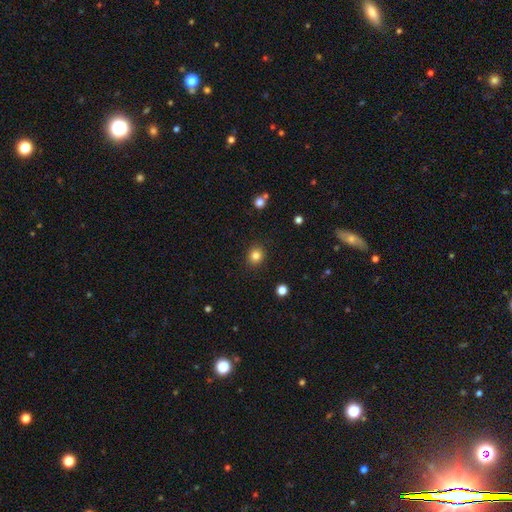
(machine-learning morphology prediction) smooth 83%, star or artifact 12%, featured or disk 5%. Down the decision tree: how rounded — round (81%); merging — none (90%).